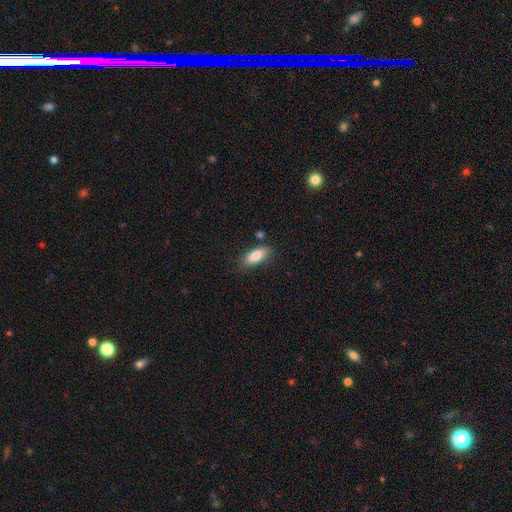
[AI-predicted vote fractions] smooth 85%, featured or disk 8%, star or artifact 7%. Down the decision tree: how rounded — in between (78%); merging — none (80%).